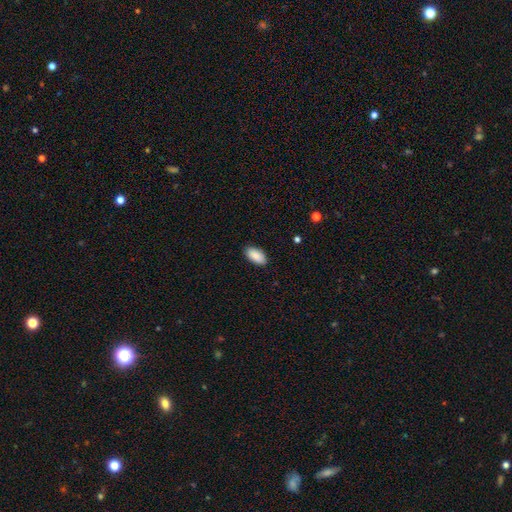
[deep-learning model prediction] This appears to be a smooth galaxy with no disk features (89%) that is in between round and cigar-shaped (95%). Merging: none (88%).